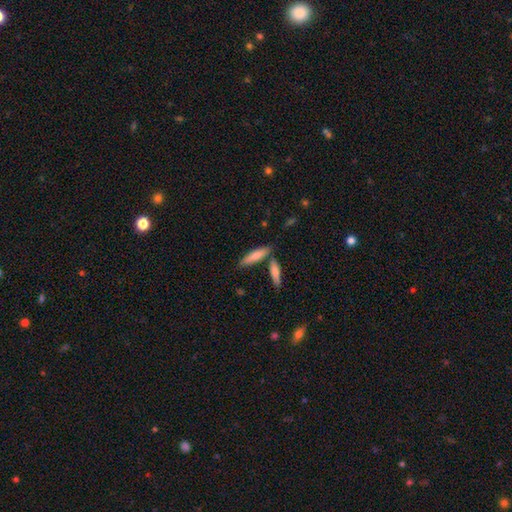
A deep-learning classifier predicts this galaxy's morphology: A smooth galaxy with no disk features (75%) that is cigar-shaped (72%).

Vote fractions:
- Smooth or featured? smooth: 75% / featured or disk: 20% / star or artifact: 6%
- How rounded? cigar-shaped: 72% / in between: 26% / round: 2%
- Merging? none: 69% / merger: 18% / minor disturbance: 11% / major disturbance: 3%